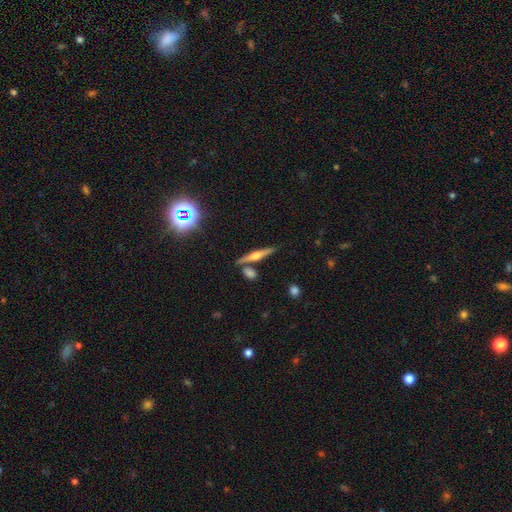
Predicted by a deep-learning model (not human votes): Smooth or featured: featured or disk — 59% (smooth — 32%)
Edge-on disk: yes — 96% (no — 4%)
Edge-on bulge: rounded — 82% (boxy — 10%)
Merging: none — 77% (merger — 12%)